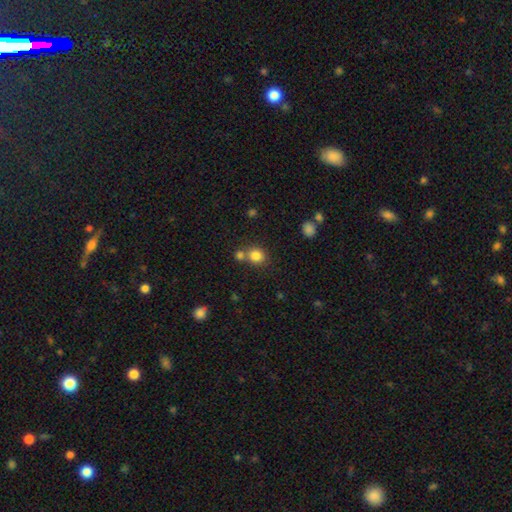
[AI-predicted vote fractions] Smooth or featured: smooth — 82% (star or artifact — 12%)
How rounded: round — 79% (in between — 20%)
Merging: none — 59% (merger — 29%)